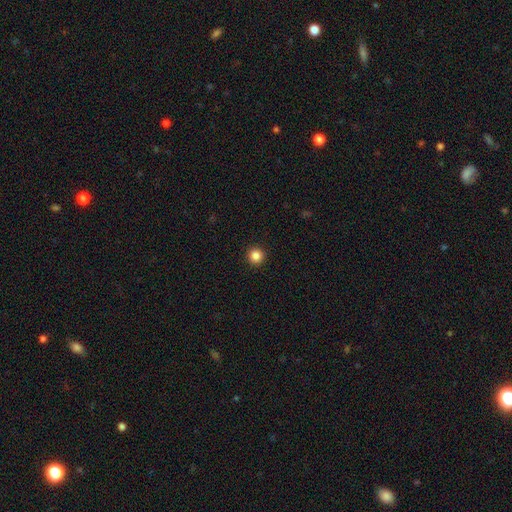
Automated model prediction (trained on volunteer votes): Smooth or featured?
  - smooth: 86% *
  - star or artifact: 11%
  - featured or disk: 3%
How rounded?
  - round: 96% *
  - in between: 3%
  - cigar-shaped: 1%
Merging?
  - none: 94% *
  - minor disturbance: 4%
  - major disturbance: 1%
  - merger: 1%